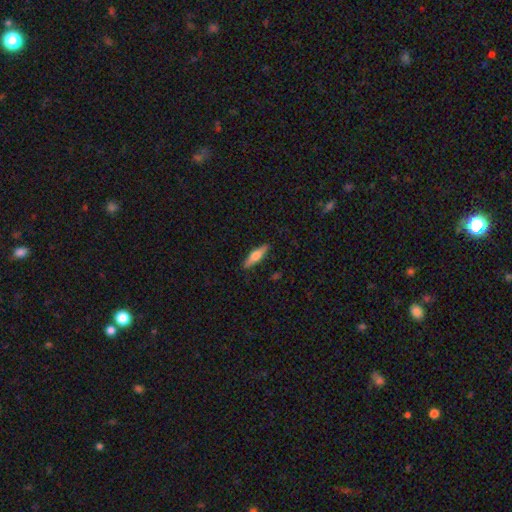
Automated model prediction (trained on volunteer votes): Smooth or featured: featured or disk — 47% (tied with smooth — 47%)
Merging: none — 89% (minor disturbance — 8%)